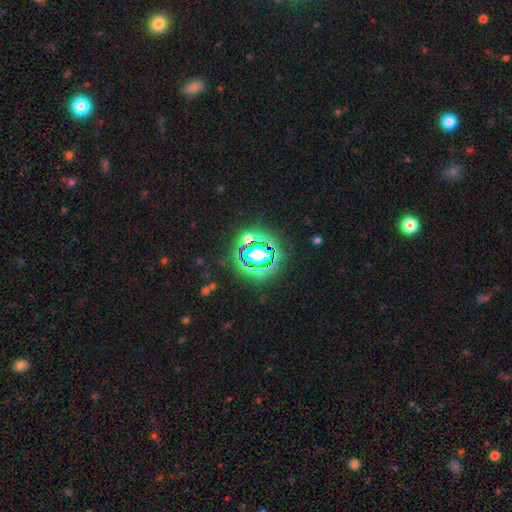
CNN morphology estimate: A star or artifact, not a galaxy (78%).

Vote fractions:
- Smooth or featured? star or artifact: 78% / smooth: 14% / featured or disk: 8%